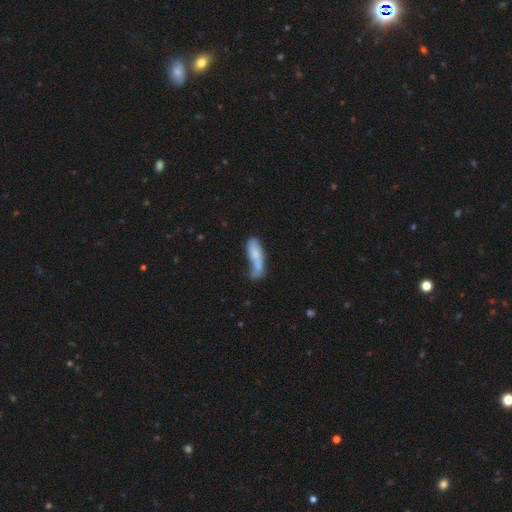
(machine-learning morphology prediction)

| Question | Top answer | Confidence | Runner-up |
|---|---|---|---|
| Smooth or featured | smooth | 63% | featured or disk (29%) |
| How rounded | cigar-shaped | 52% | in between (45%) |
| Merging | merger | 29% | tied: none (29%) |